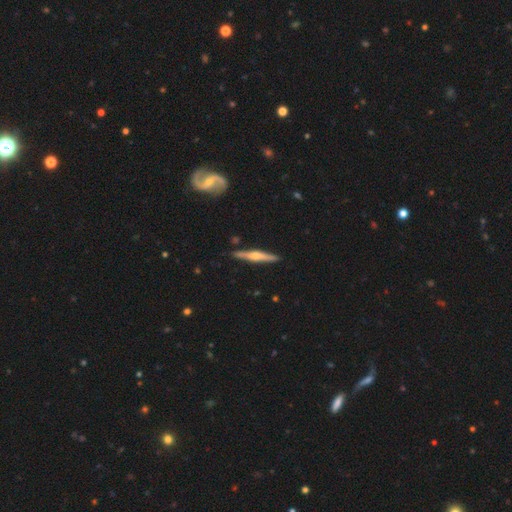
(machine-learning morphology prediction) Smooth or featured: featured or disk — 76% (smooth — 20%)
Edge-on disk: yes — 96% (no — 4%)
Edge-on bulge: rounded — 89% (boxy — 6%)
Merging: none — 89% (minor disturbance — 8%)